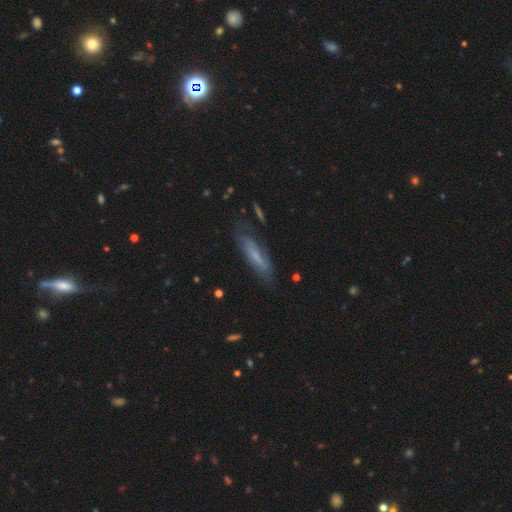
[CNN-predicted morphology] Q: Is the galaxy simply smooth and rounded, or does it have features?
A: smooth — 50%.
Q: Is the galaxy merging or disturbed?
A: none — 68%.